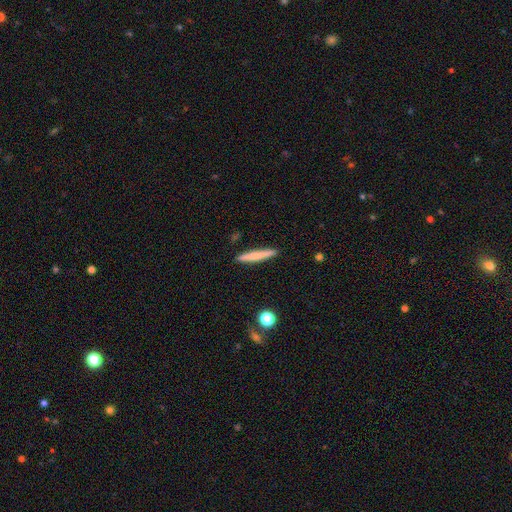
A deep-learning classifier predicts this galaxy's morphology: This appears to be a smooth galaxy with no disk features (66%) that is cigar-shaped (94%). Merging: none (90%).